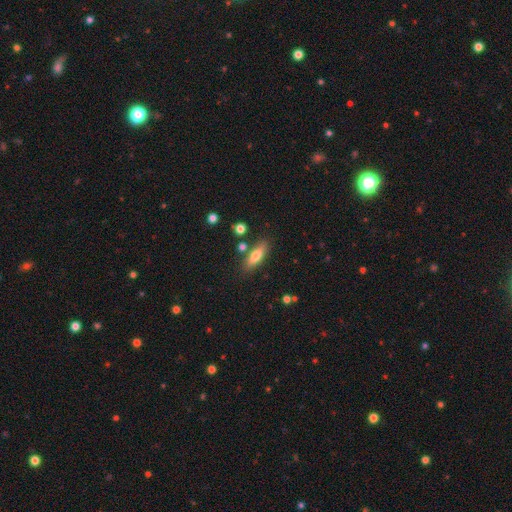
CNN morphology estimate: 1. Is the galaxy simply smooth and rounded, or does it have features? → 69% smooth, 24% featured or disk, 7% star or artifact.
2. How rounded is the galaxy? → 52% in between, 45% cigar-shaped, 3% round.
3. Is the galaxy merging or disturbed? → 79% none, 12% minor disturbance, 6% merger, 3% major disturbance.